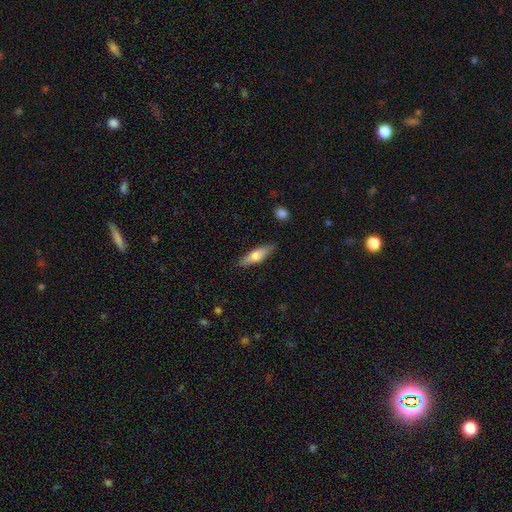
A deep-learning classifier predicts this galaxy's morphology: Smooth or featured? smooth (65%)
How rounded? cigar-shaped (64%)
Merging? none (87%)